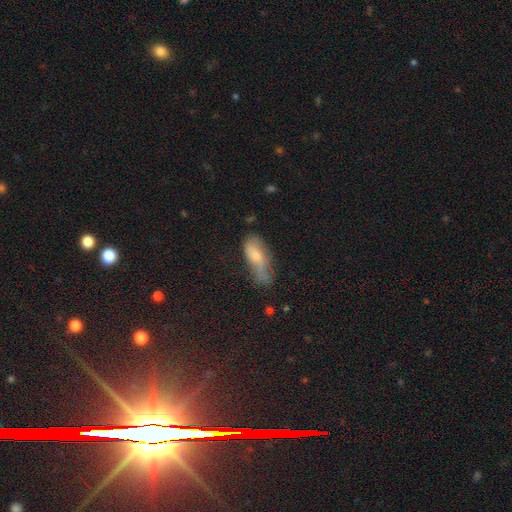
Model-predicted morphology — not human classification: Overall: smooth (65%; featured or disk 26%). How rounded: in between (72%). Merging: none (37%; minor disturbance 36%).